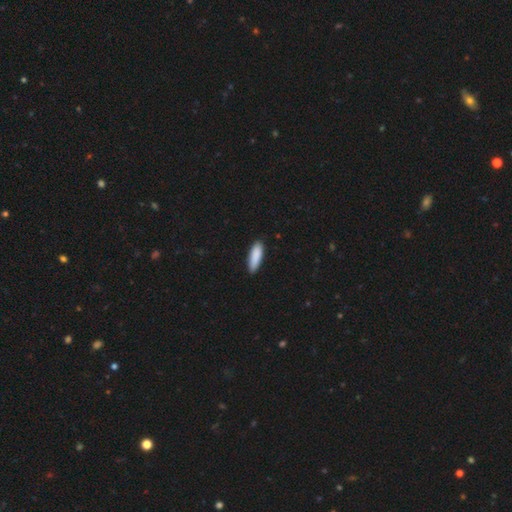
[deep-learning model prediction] smooth_or_featured: smooth (p=0.89) [alt: star or artifact p=0.05]
how_rounded: cigar-shaped (p=0.50) [alt: in between p=0.48]
merging: none (p=0.86) [alt: minor disturbance p=0.11]